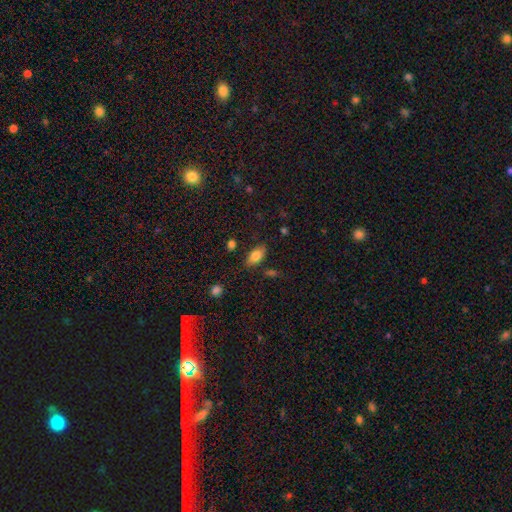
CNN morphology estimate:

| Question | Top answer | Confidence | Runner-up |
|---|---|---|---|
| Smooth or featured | smooth | 81% | featured or disk (11%) |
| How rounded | in between | 91% | cigar-shaped (5%) |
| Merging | none | 80% | minor disturbance (13%) |